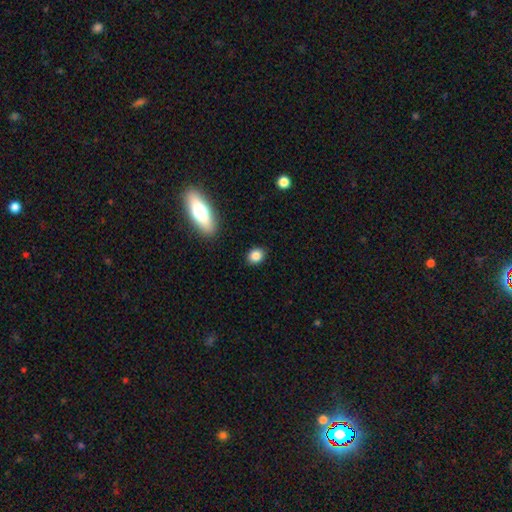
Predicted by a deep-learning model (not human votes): A smooth galaxy with no disk features (85%) that is round (55%).

Vote fractions:
- Smooth or featured? smooth: 85% / star or artifact: 10% / featured or disk: 5%
- How rounded? round: 55% / in between: 43% / cigar-shaped: 2%
- Merging? none: 88% / minor disturbance: 8% / major disturbance: 2% / merger: 1%